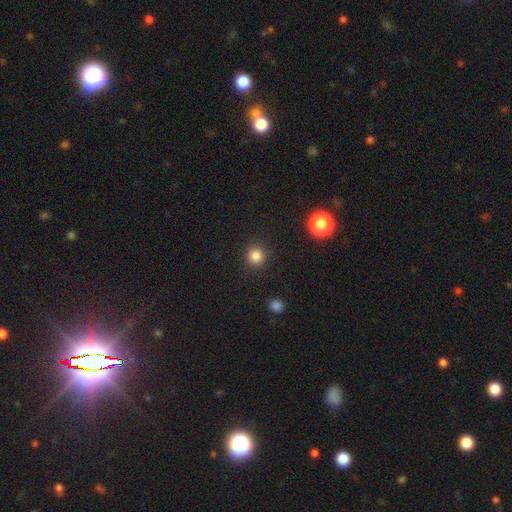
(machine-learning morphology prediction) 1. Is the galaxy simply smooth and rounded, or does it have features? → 84% smooth, 12% star or artifact, 4% featured or disk.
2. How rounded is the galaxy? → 94% round, 5% in between, 1% cigar-shaped.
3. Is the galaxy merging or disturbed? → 91% none, 5% minor disturbance, 2% major disturbance, 1% merger.